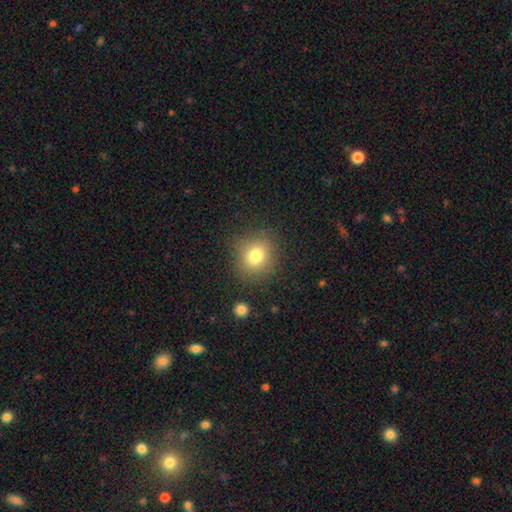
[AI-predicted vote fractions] smooth-or-featured: smooth: 77% | star or artifact: 13% | featured or disk: 10%
  how-rounded: round: 83% | in between: 16% | cigar-shaped: 1%
  merging: none: 85% | minor disturbance: 9% | major disturbance: 4% | merger: 2%